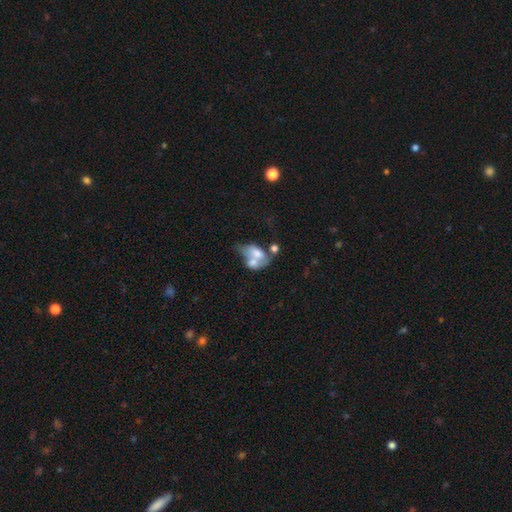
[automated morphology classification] The model was most divided on "smooth or featured": smooth: 52%, featured or disk: 39%, star or artifact: 9%. More confident: how rounded — in between (81%); merging — merger (65%).